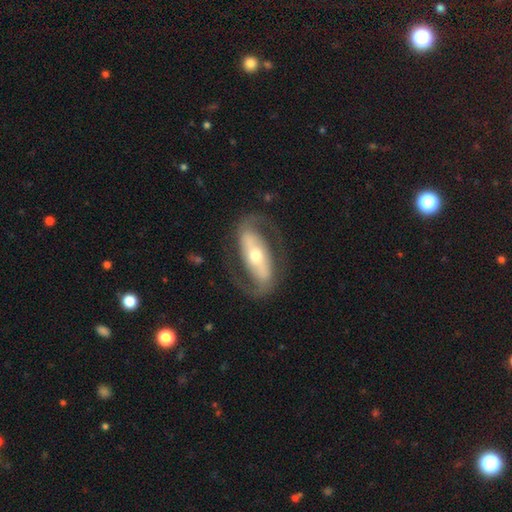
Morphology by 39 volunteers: Smooth or featured: featured or disk — 82% (smooth — 13%)
Edge-on disk: no — 91% (yes — 9%)
Bar: strong — 59% (no — 24%)
Spiral arms: yes — 83% (no — 17%)
Spiral winding: medium — 50% (tight — 42%)
Spiral arm count: 2 — 92% (1 — 4%)
Bulge size: moderate — 48% (small — 45%)
Merging: none — 73% (minor disturbance — 11%)